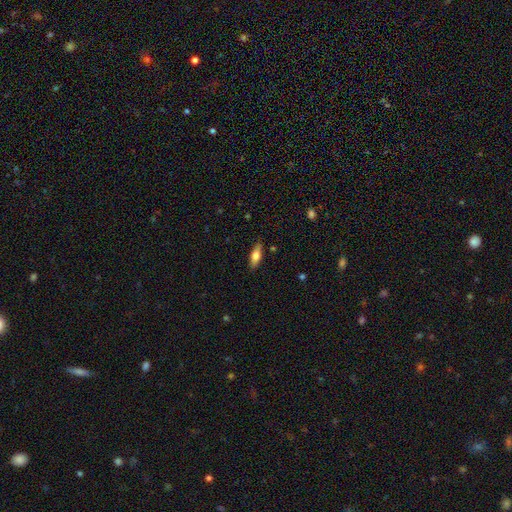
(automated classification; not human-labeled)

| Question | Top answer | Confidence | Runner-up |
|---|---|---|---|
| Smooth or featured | smooth | 68% | featured or disk (25%) |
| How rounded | in between | 65% | cigar-shaped (33%) |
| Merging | none | 85% | minor disturbance (11%) |